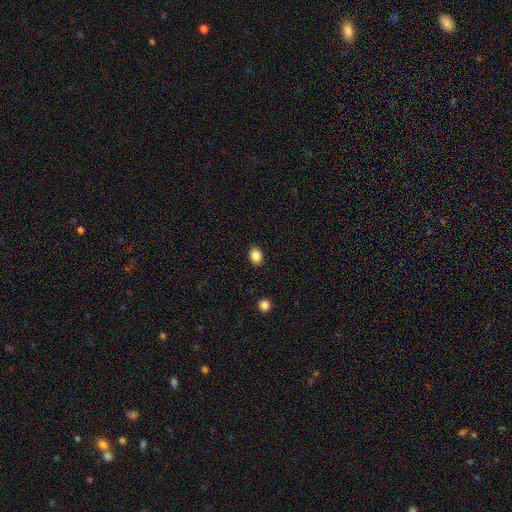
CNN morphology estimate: This is clearly a smooth galaxy (87%). How rounded: likely in between (63%). Merging: clearly none (90%).